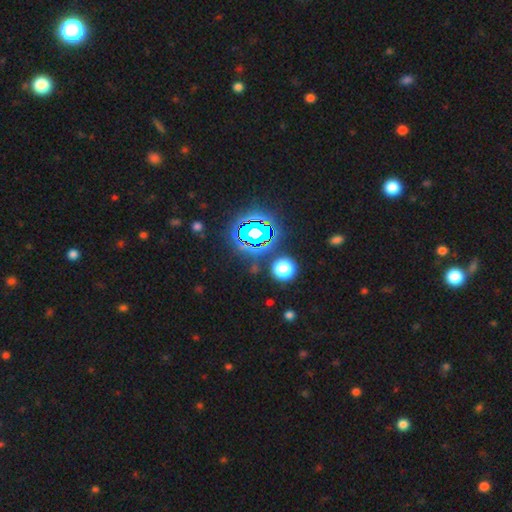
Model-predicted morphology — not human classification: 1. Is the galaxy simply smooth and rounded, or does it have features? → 79% star or artifact, 14% smooth, 7% featured or disk.